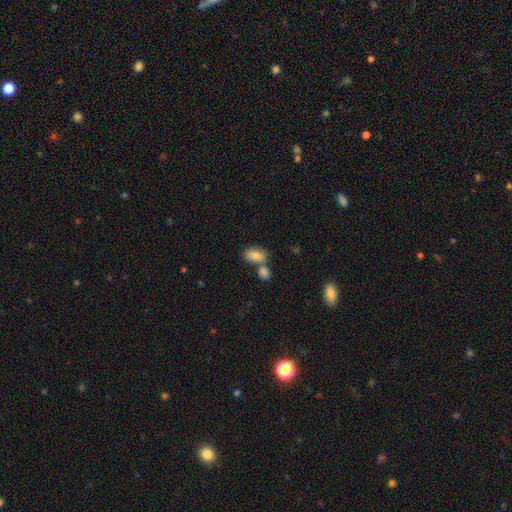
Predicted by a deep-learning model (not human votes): Q: Smooth or featured?
A: smooth (82%); runner-up: featured or disk (10%)
Q: How rounded?
A: in between (90%); runner-up: round (7%)
Q: Merging?
A: none (51%); runner-up: merger (34%)